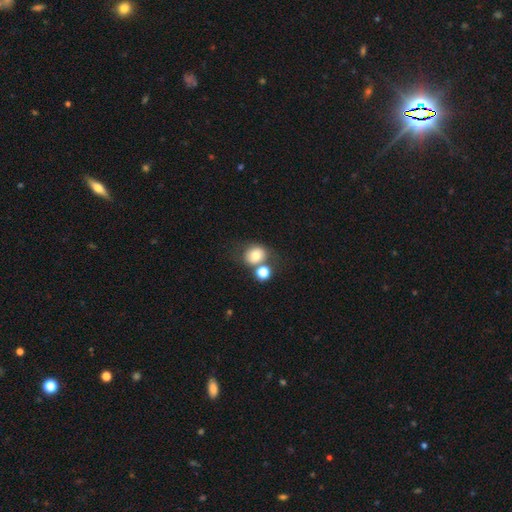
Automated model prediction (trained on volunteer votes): This appears to be a smooth galaxy with no disk features (74%) that is round (69%). Merging: none (51%).